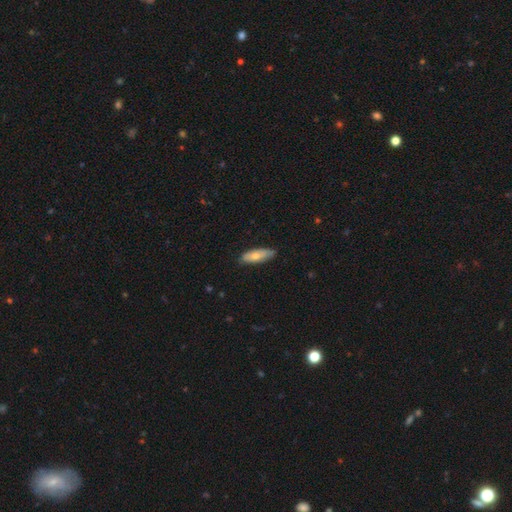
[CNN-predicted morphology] This is likely a smooth galaxy (73%). How rounded: possibly in between (59%). Merging: likely none (78%).